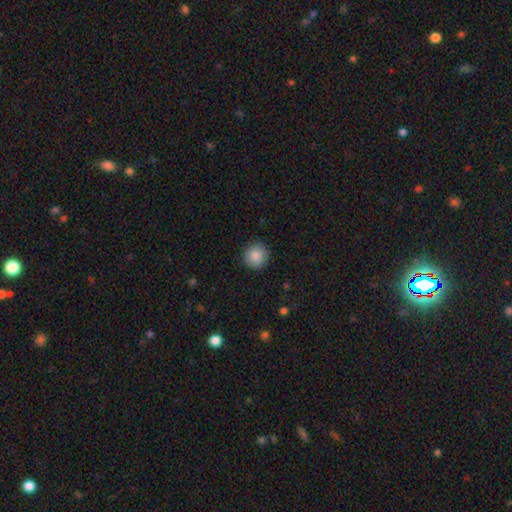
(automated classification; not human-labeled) A smooth galaxy with no disk features (88%) that is round (93%). Merging: none (91%).